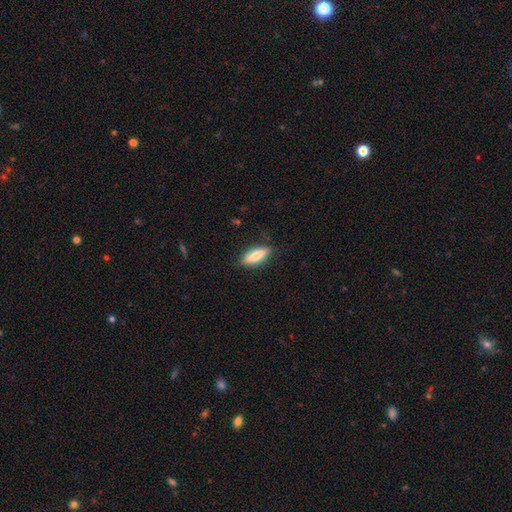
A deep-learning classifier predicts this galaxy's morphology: Smooth or featured? Predicted: smooth (p=0.69). How rounded? Predicted: in between (p=0.53). Merging? Predicted: none (p=0.82).